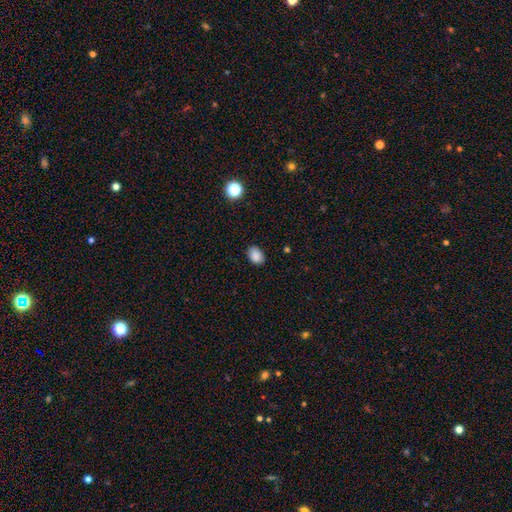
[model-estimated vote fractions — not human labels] Q: Smooth or featured?
A: smooth (87%); runner-up: star or artifact (9%)
Q: How rounded?
A: in between (79%); runner-up: round (20%)
Q: Merging?
A: none (86%); runner-up: minor disturbance (10%)